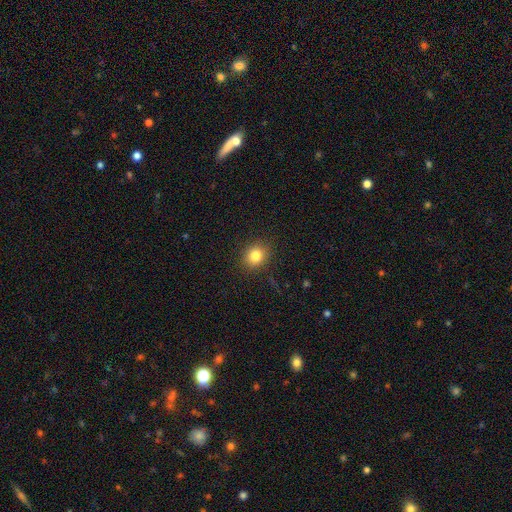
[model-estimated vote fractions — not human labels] smooth_or_featured: smooth (p=0.82) [alt: star or artifact p=0.11]
how_rounded: round (p=0.69) [alt: in between p=0.30]
merging: none (p=0.89) [alt: minor disturbance p=0.08]